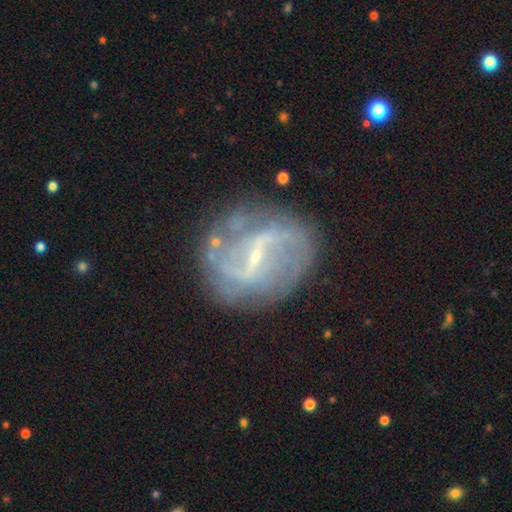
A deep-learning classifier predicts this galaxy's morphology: This appears to be a featured or disk galaxy (82%) with a weak bar (45%), 2 (77%) loose (51%) spiral arms (86%) and a small central bulge (78%). Merging: none (72%).